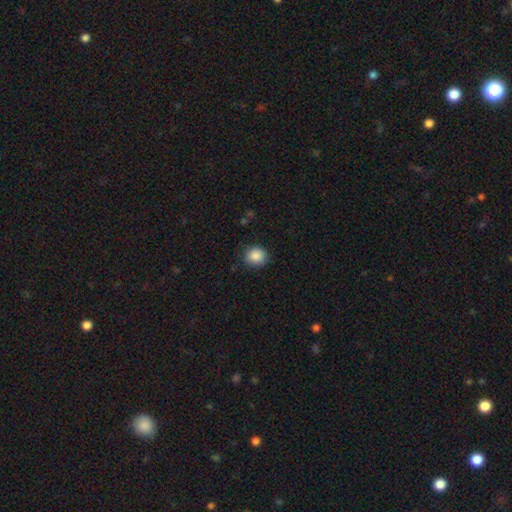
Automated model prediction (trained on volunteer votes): This is clearly a smooth galaxy (88%). How rounded: clearly round (80%). Merging: clearly none (83%).